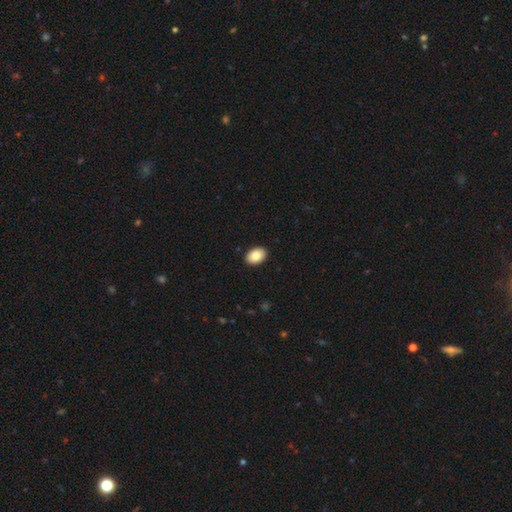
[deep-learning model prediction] Smooth or featured: smooth — 83% (featured or disk — 9%)
How rounded: in between — 82% (round — 17%)
Merging: none — 92% (minor disturbance — 6%)